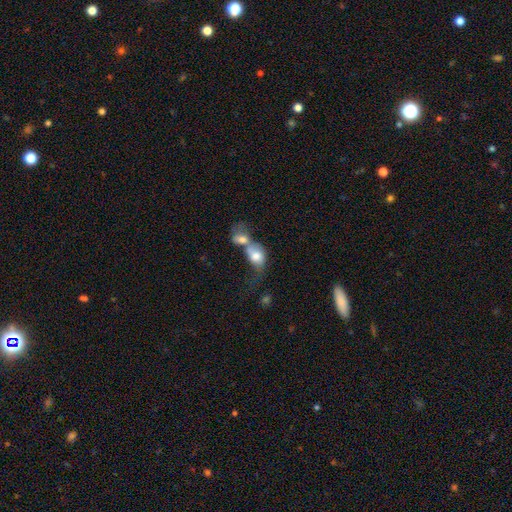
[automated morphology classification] smooth 67%, featured or disk 24%, star or artifact 9%. Down the decision tree: how rounded — in between (61%); merging — merger (77%).